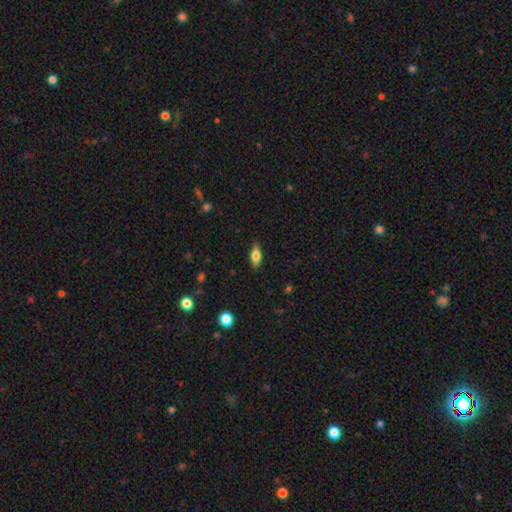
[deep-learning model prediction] Morphology: type=smooth (67%); roundness=in between (69%); merging=none (87%).